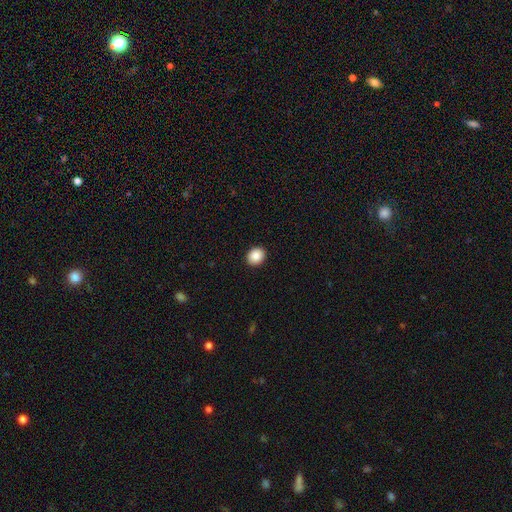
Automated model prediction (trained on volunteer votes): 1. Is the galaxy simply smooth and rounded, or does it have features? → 88% smooth, 8% star or artifact, 3% featured or disk.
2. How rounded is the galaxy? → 67% round, 32% in between, 1% cigar-shaped.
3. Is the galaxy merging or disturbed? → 92% none, 5% minor disturbance, 2% major disturbance, 1% merger.